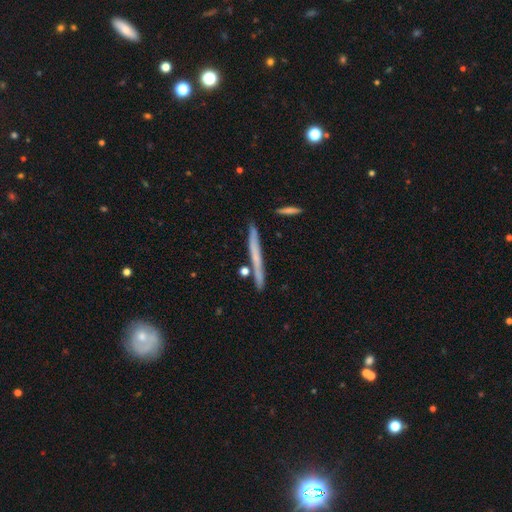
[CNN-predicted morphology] smooth_or_featured: featured or disk (p=0.51) [alt: smooth p=0.42]
disk_edge_on: yes (p=0.95) [alt: no p=0.05]
merging: none (p=0.86) [alt: minor disturbance p=0.09]